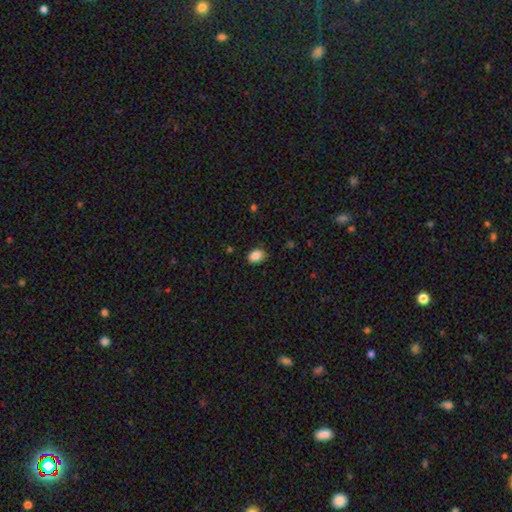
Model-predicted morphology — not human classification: Q: Smooth or featured?
A: smooth (86%); runner-up: star or artifact (9%)
Q: How rounded?
A: in between (72%); runner-up: round (27%)
Q: Merging?
A: none (84%); runner-up: minor disturbance (12%)